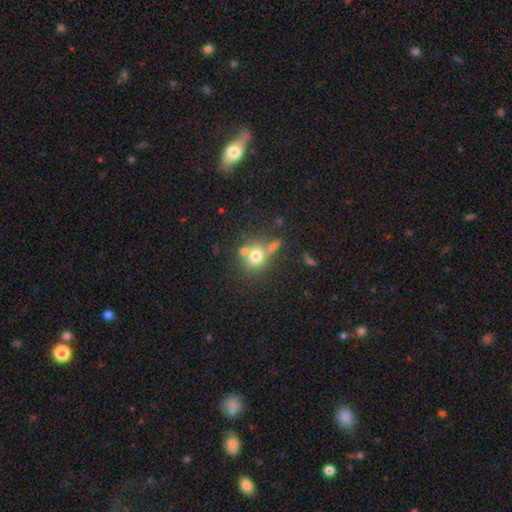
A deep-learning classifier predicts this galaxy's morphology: This appears to be a smooth galaxy with no disk features (71%) that is round (81%). Merging: none (52%).